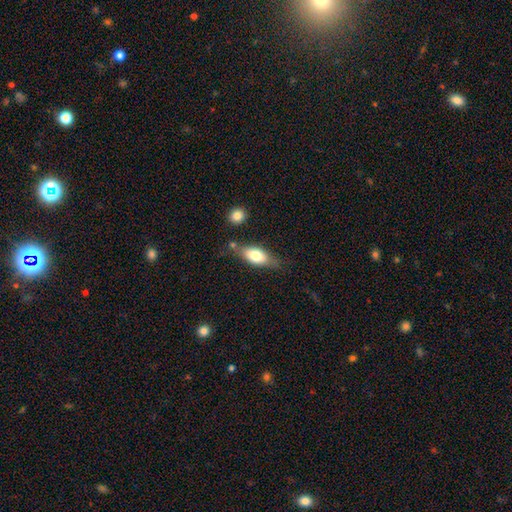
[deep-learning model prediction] A smooth galaxy with no disk features (67%) that is in between round and cigar-shaped (78%). Merging: none (65%).